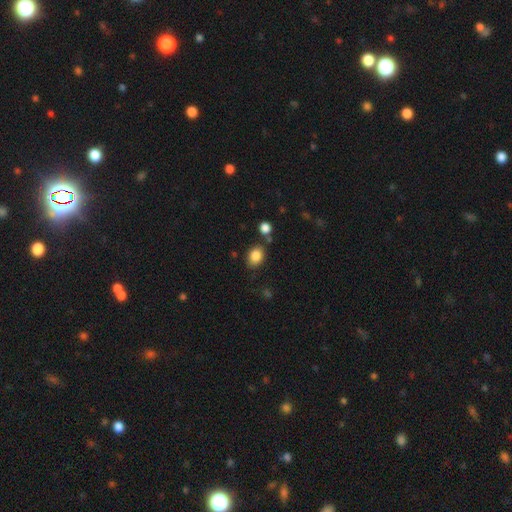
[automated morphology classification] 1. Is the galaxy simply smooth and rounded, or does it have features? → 86% smooth, 9% star or artifact, 5% featured or disk.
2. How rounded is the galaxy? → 63% in between, 36% round, 1% cigar-shaped.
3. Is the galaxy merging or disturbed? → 75% none, 13% minor disturbance, 8% merger, 4% major disturbance.